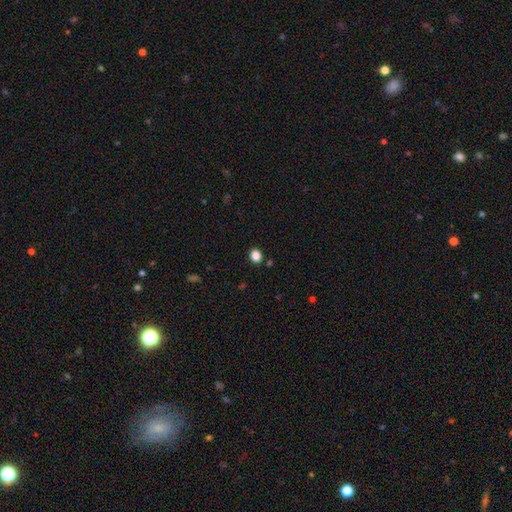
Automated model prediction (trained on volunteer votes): Overall: smooth (85%). How rounded: round (57%; in between 42%). Merging: none (89%).